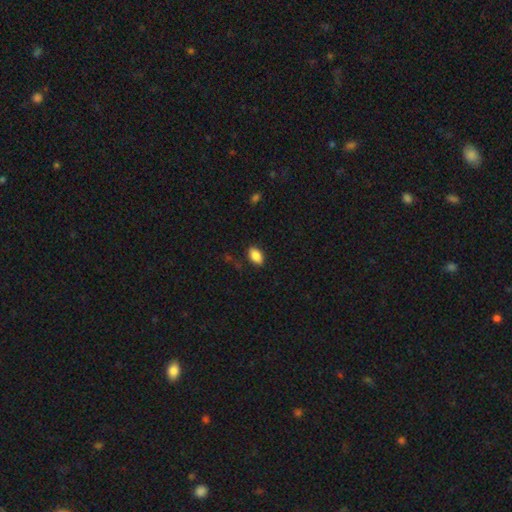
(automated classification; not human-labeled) Smooth or featured: smooth — 87% (star or artifact — 8%)
How rounded: in between — 92% (round — 6%)
Merging: none — 85% (minor disturbance — 11%)